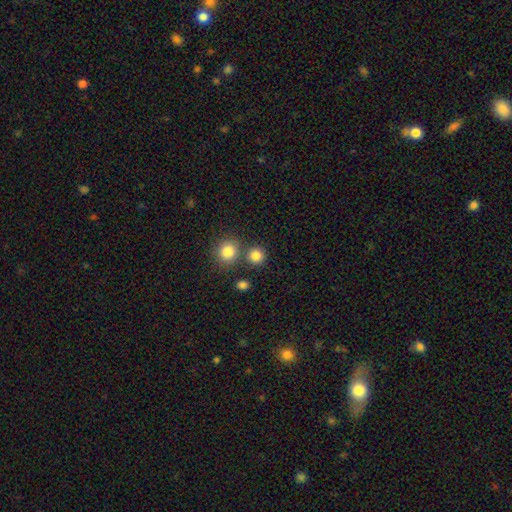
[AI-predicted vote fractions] Smooth or featured? Predicted: smooth (p=0.83). How rounded? Predicted: round (p=0.91). Merging? Predicted: none (p=0.75).